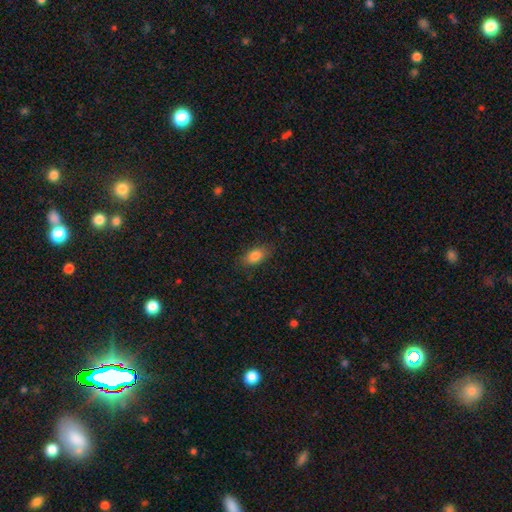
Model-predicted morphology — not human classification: type=smooth (84%); roundness=in between (87%); merging=none (84%).